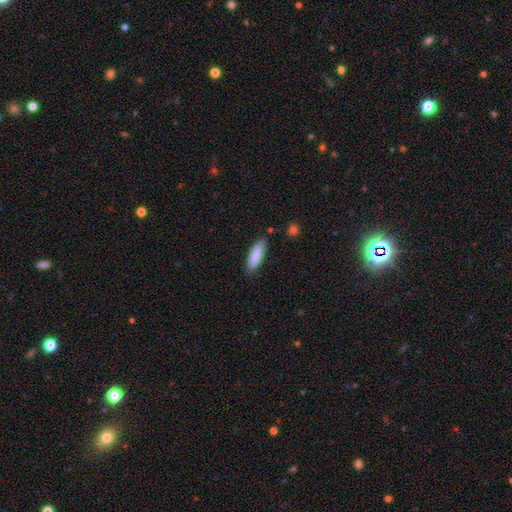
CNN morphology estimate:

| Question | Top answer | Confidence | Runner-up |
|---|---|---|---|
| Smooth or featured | smooth | 87% | featured or disk (7%) |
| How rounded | cigar-shaped | 57% | in between (42%) |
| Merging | none | 85% | minor disturbance (11%) |